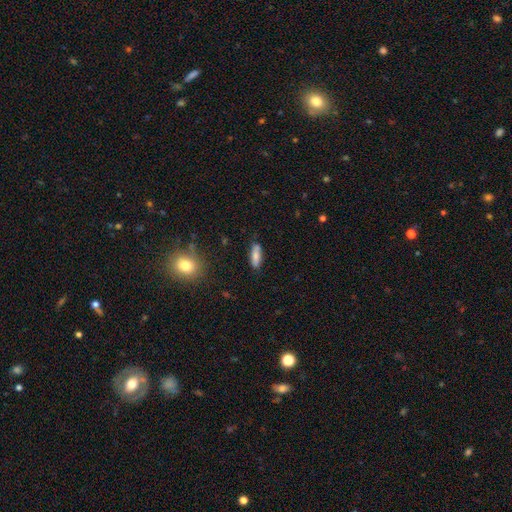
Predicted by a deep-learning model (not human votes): The model was most divided on "how rounded": in between: 55%, cigar-shaped: 43%, round: 2%. More confident: merging — none (82%); smooth or featured — smooth (77%).